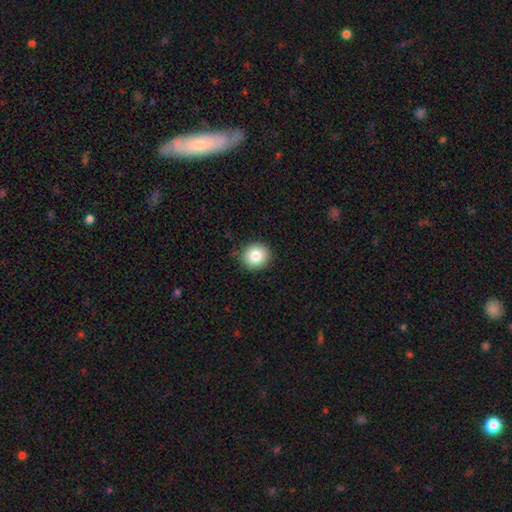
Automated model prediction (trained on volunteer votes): Smooth or featured: smooth — 83% (star or artifact — 10%)
How rounded: round — 89% (in between — 11%)
Merging: none — 90% (minor disturbance — 7%)